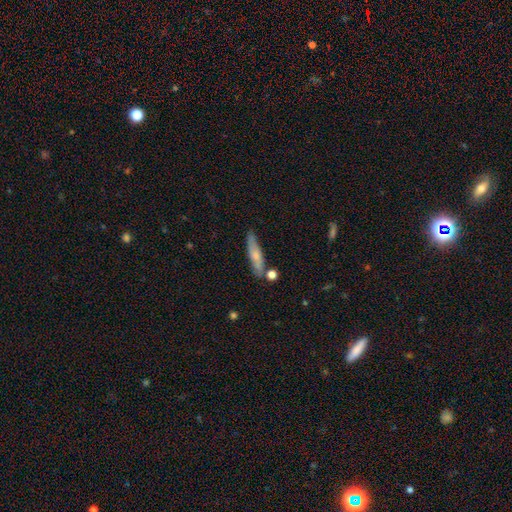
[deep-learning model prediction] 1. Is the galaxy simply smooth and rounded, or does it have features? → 59% smooth, 34% featured or disk, 7% star or artifact.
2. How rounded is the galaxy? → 79% cigar-shaped, 19% in between, 2% round.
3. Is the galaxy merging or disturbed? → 73% none, 17% minor disturbance, 7% merger, 3% major disturbance.